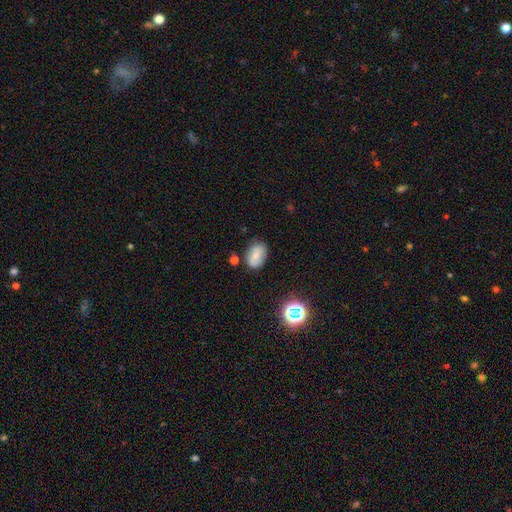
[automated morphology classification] A smooth galaxy with no disk features (71%) that is in between round and cigar-shaped (81%).

Vote fractions:
- Smooth or featured? smooth: 71% / featured or disk: 17% / star or artifact: 12%
- How rounded? in between: 81% / round: 17% / cigar-shaped: 1%
- Merging? none: 69% / minor disturbance: 21% / major disturbance: 5% / merger: 5%